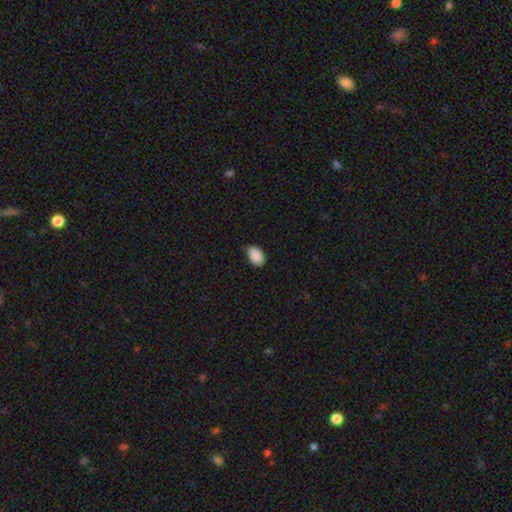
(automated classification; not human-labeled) This is clearly a smooth galaxy (90%). How rounded: clearly in between (91%). Merging: likely none (78%).